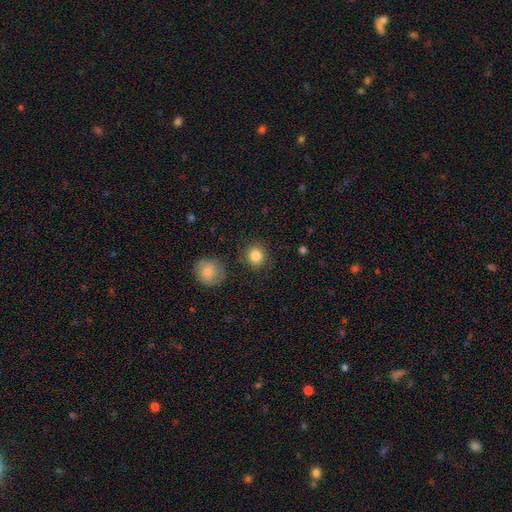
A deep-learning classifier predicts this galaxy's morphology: Overall: smooth (85%). How rounded: round (87%). Merging: none (87%).